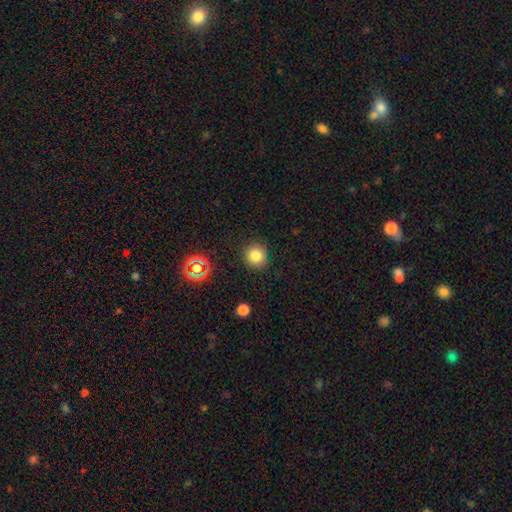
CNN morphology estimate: This appears to be a smooth galaxy with no disk features (81%) that is round (91%). Merging: none (87%).